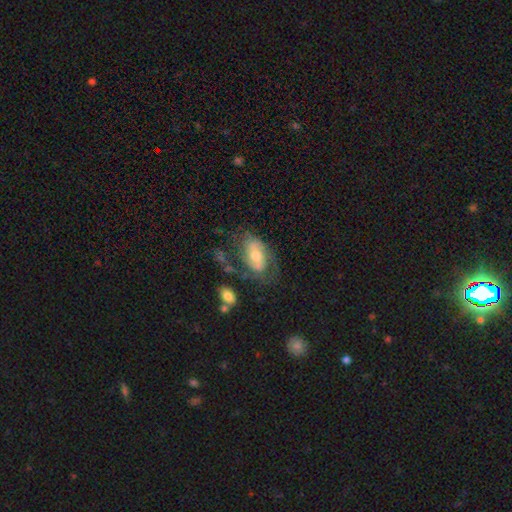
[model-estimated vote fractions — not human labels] featured or disk 60%, smooth 32%, star or artifact 8%. Down the decision tree: edge-on disk — no (94%); bar — no (53%); spiral arms — yes (74%); bulge size — moderate (62%); merging — none (50%).